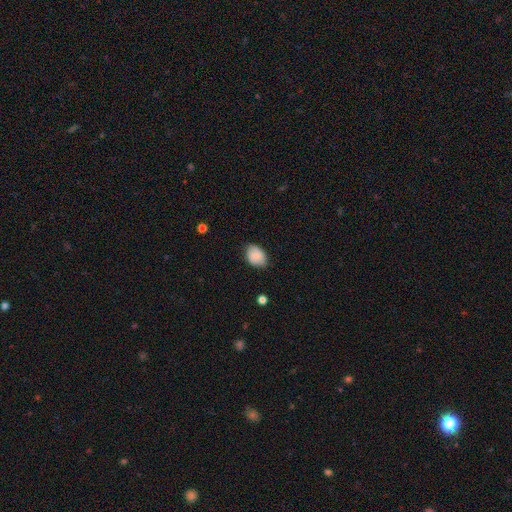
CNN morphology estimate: smooth_or_featured: smooth (p=0.77) [alt: featured or disk p=0.16]
how_rounded: in between (p=0.75) [alt: round p=0.24]
merging: none (p=0.75) [alt: minor disturbance p=0.21]